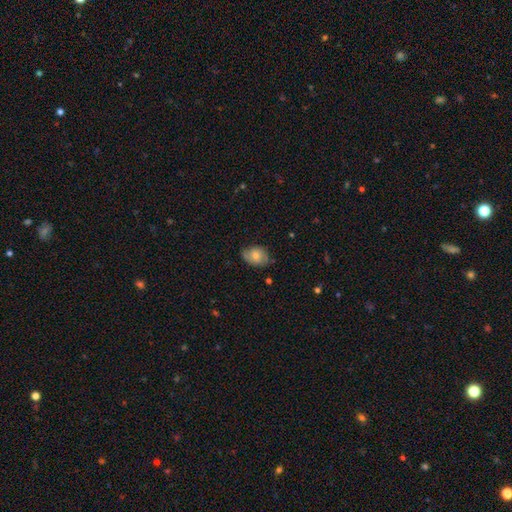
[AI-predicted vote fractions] smooth-or-featured: smooth: 56% | featured or disk: 36% | star or artifact: 8%
  how-rounded: in between: 70% | round: 29% | cigar-shaped: 1%
  merging: none: 67% | minor disturbance: 26% | major disturbance: 6% | merger: 1%